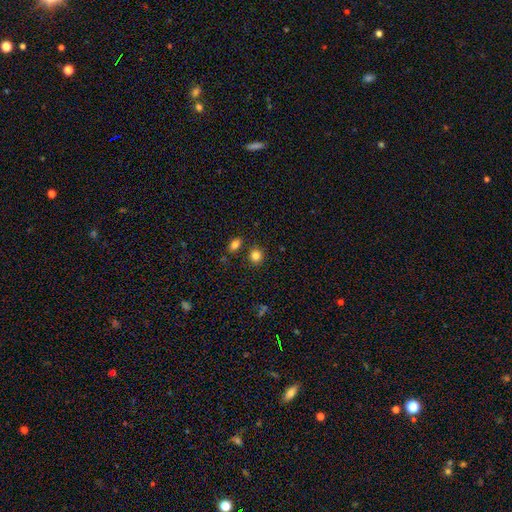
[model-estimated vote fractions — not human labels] Smooth or featured? smooth (83%)
How rounded? round (78%)
Merging? none (81%)